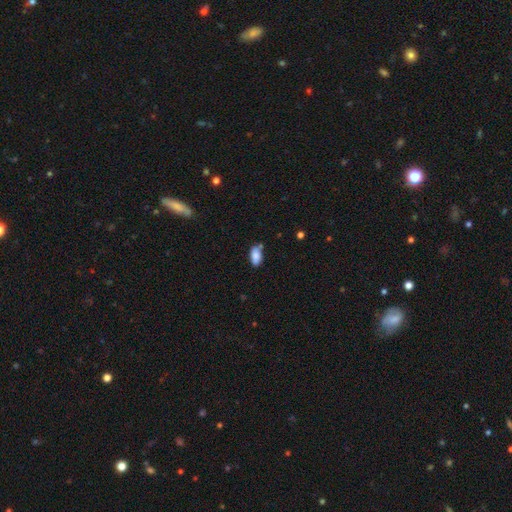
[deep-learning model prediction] Smooth or featured: smooth — 83% (featured or disk — 9%)
How rounded: in between — 91% (cigar-shaped — 6%)
Merging: none — 65% (minor disturbance — 23%)